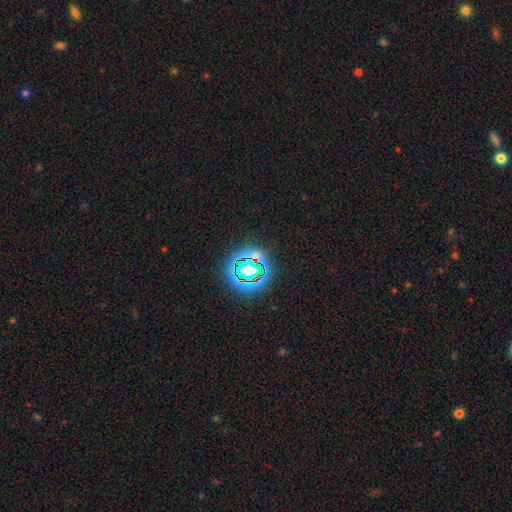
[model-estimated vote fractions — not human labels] Smooth or featured? star or artifact (69%)